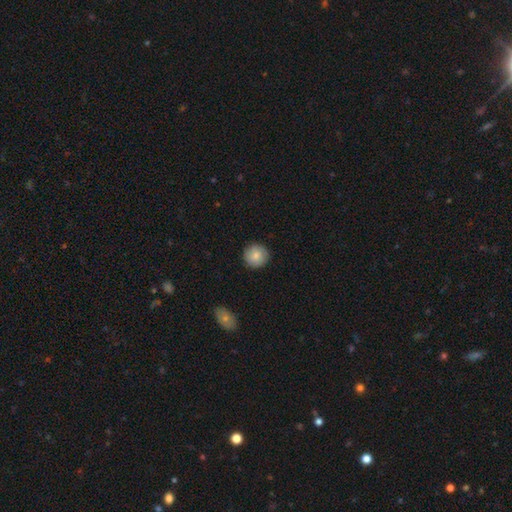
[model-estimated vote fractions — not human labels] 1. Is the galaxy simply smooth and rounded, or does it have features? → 83% smooth, 10% featured or disk, 7% star or artifact.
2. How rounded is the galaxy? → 94% round, 5% in between, 1% cigar-shaped.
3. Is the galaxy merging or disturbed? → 90% none, 7% minor disturbance, 2% major disturbance, 1% merger.